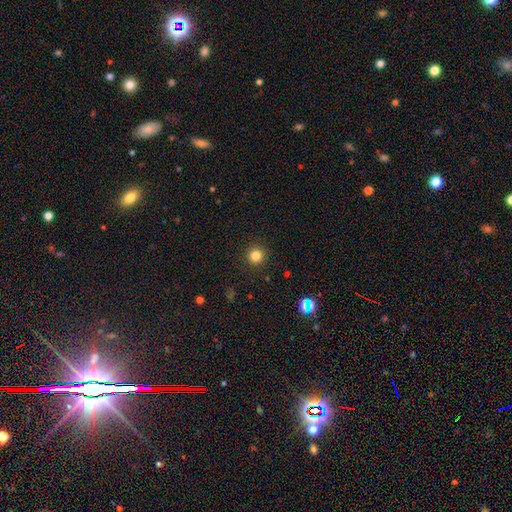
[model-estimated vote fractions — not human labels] Smooth or featured?
  - smooth: 82% *
  - star or artifact: 13%
  - featured or disk: 5%
How rounded?
  - round: 95% *
  - in between: 4%
  - cigar-shaped: 1%
Merging?
  - none: 92% *
  - minor disturbance: 5%
  - major disturbance: 2%
  - merger: 1%